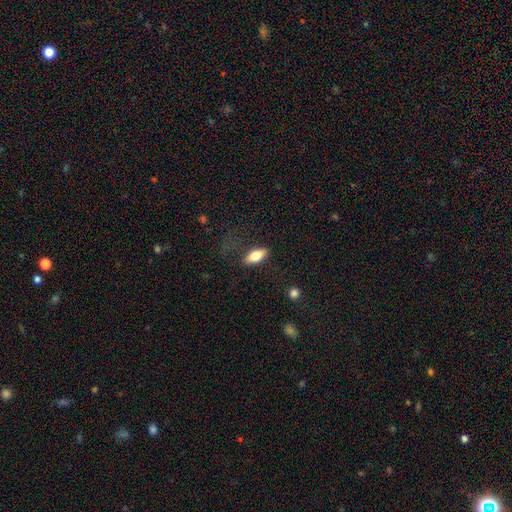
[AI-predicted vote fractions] Q: Smooth or featured?
A: smooth (73%); runner-up: featured or disk (21%)
Q: How rounded?
A: in between (78%); runner-up: cigar-shaped (18%)
Q: Merging?
A: none (76%); runner-up: minor disturbance (15%)